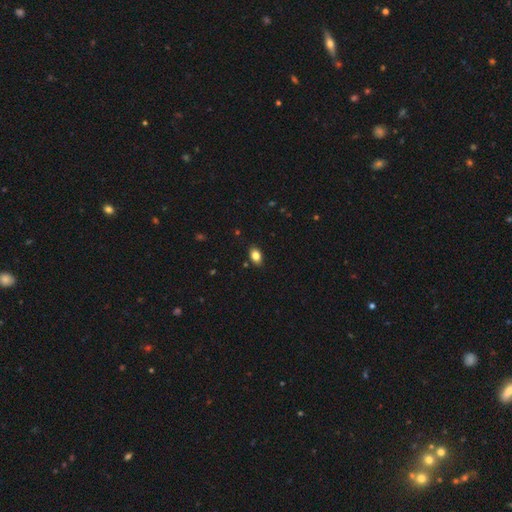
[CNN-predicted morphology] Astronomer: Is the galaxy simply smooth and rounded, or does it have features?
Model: smooth — 83%.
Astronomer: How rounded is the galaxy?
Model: in between — 85%.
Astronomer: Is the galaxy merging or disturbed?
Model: none — 86%.